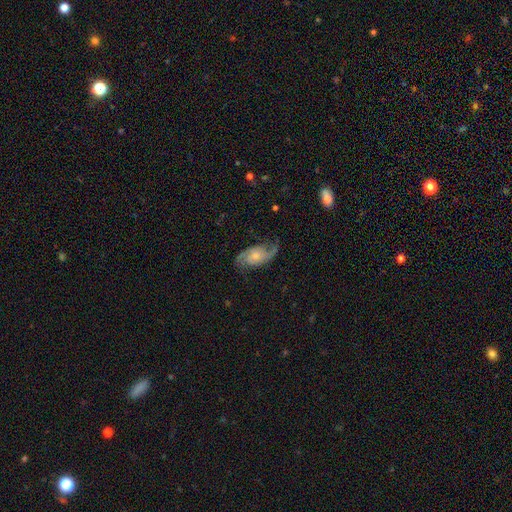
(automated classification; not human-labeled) featured or disk 83%, smooth 11%, star or artifact 6%. Down the decision tree: edge-on disk — no (96%); bar — no (67%); spiral arms — yes (96%); spiral arm count — 2 (89%); spiral winding — medium (46%); bulge size — small (43%); merging — none (70%).